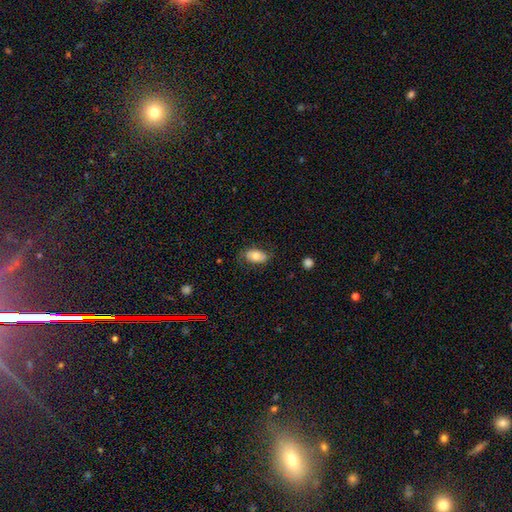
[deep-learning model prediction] Smooth or featured? Predicted: smooth (p=0.71). How rounded? Predicted: in between (p=0.90). Merging? Predicted: none (p=0.71).